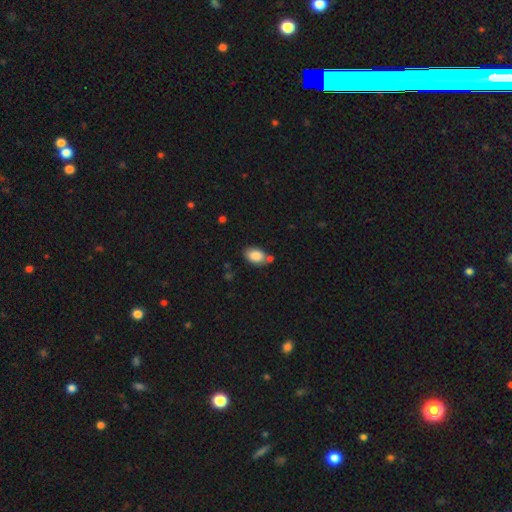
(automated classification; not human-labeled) Q: Smooth or featured?
A: smooth (86%); runner-up: star or artifact (8%)
Q: How rounded?
A: in between (87%); runner-up: round (11%)
Q: Merging?
A: none (64%); runner-up: minor disturbance (17%)